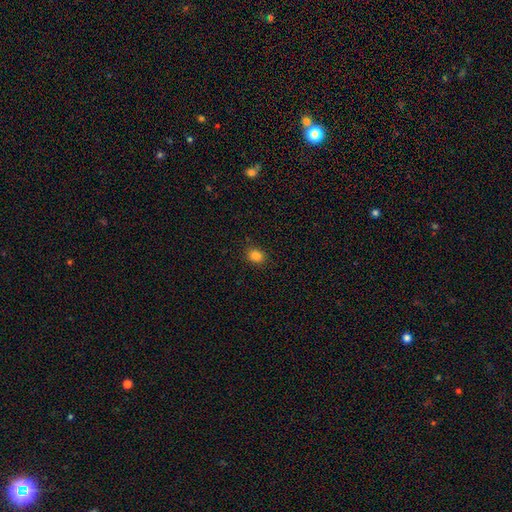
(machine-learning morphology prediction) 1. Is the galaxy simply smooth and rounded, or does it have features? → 84% smooth, 12% star or artifact, 4% featured or disk.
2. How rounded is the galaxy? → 56% round, 43% in between, 1% cigar-shaped.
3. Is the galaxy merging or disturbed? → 88% none, 8% minor disturbance, 2% major disturbance, 1% merger.